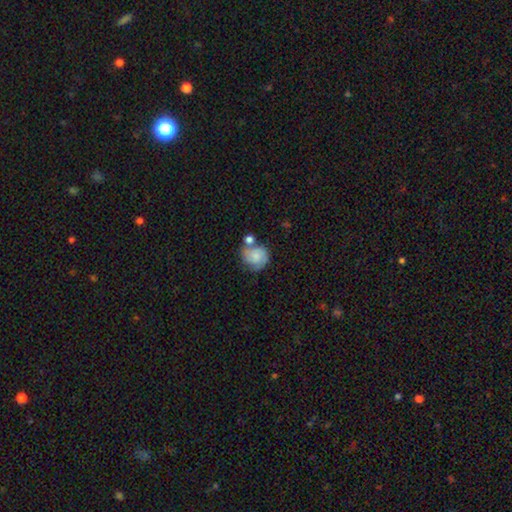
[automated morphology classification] Q: Smooth or featured?
A: smooth (61%); runner-up: featured or disk (31%)
Q: How rounded?
A: round (81%); runner-up: in between (18%)
Q: Merging?
A: none (45%); runner-up: merger (29%)